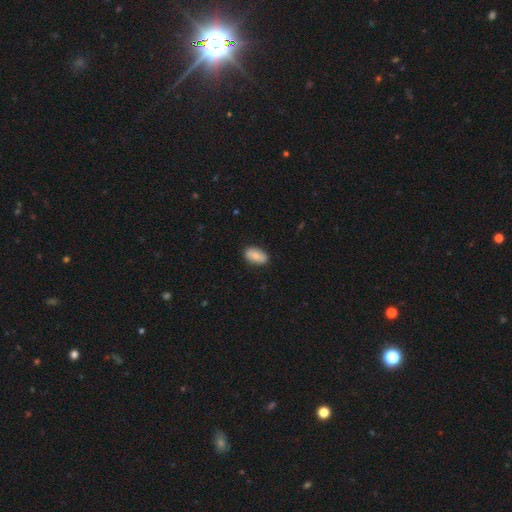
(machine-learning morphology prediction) smooth_or_featured: smooth (p=0.75) [alt: featured or disk p=0.18]
how_rounded: in between (p=0.92) [alt: round p=0.05]
merging: none (p=0.85) [alt: minor disturbance p=0.11]